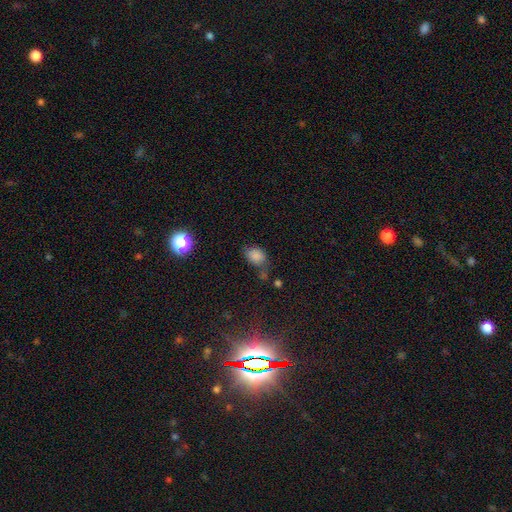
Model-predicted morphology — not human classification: Overall: smooth (81%). How rounded: in between (63%; round 36%). Merging: none (51%; minor disturbance 27%).